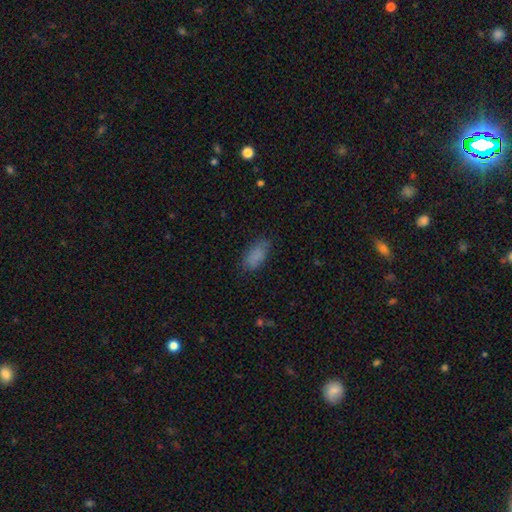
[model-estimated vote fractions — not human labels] This is clearly a smooth galaxy (83%). How rounded: clearly in between (89%). Merging: likely none (72%).